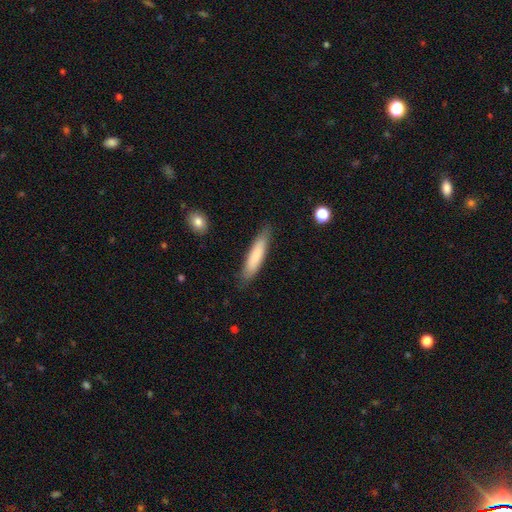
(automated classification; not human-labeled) A smooth galaxy with no disk features (79%) that is cigar-shaped (84%).

Vote fractions:
- Smooth or featured? smooth: 79% / featured or disk: 16% / star or artifact: 6%
- How rounded? cigar-shaped: 84% / in between: 15% / round: 1%
- Merging? none: 84% / minor disturbance: 12% / major disturbance: 2% / merger: 1%